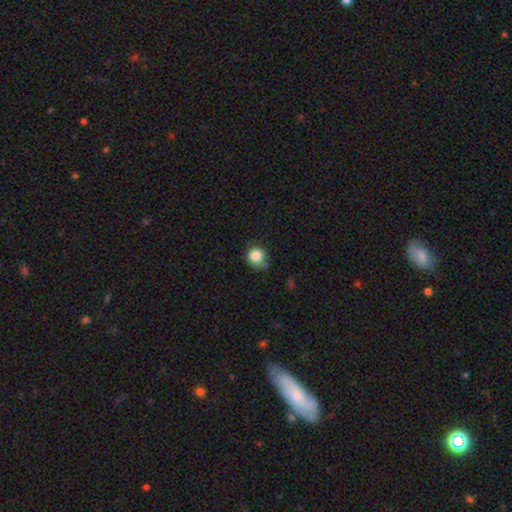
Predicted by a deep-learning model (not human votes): A smooth galaxy with no disk features (85%) that is round (79%). Merging: none (54%).